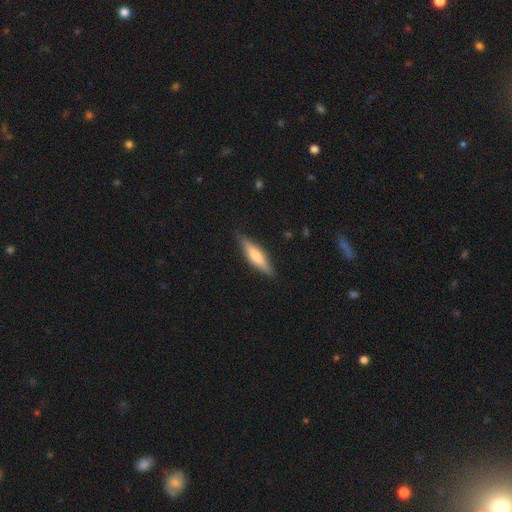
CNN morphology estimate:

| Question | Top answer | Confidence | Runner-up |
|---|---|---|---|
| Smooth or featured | smooth | 53% | featured or disk (41%) |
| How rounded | cigar-shaped | 72% | in between (26%) |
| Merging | none | 86% | minor disturbance (11%) |